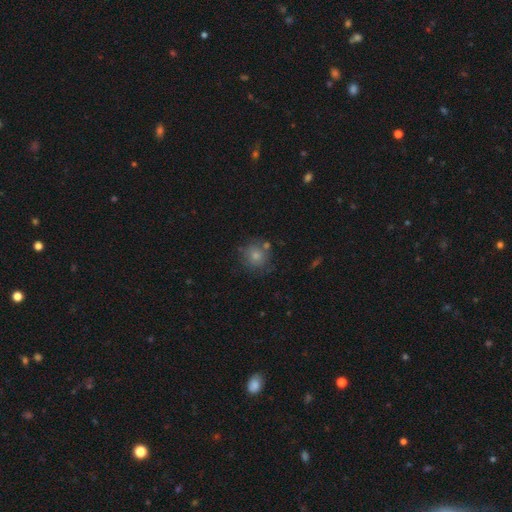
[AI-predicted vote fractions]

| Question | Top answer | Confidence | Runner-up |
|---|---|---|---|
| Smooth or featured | smooth | 76% | featured or disk (14%) |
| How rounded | round | 89% | in between (10%) |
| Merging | none | 70% | minor disturbance (16%) |